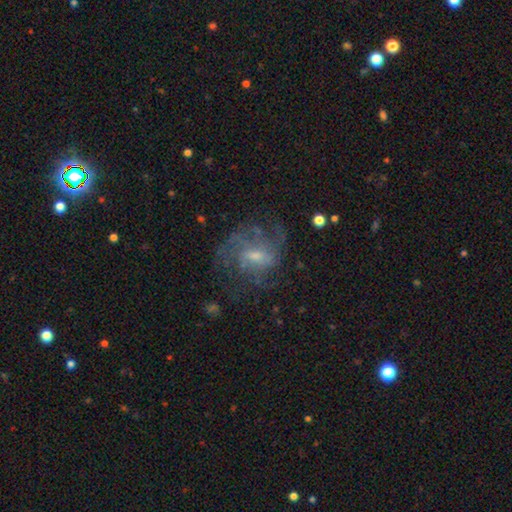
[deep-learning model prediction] Morphology: type=featured or disk (73%); edge-on=no (97%); bar=weak (50%); spiral arms=yes (80%); winding=medium (44%); arm count=can't tell (41%); bulge=small (53%); merging=none (56%).